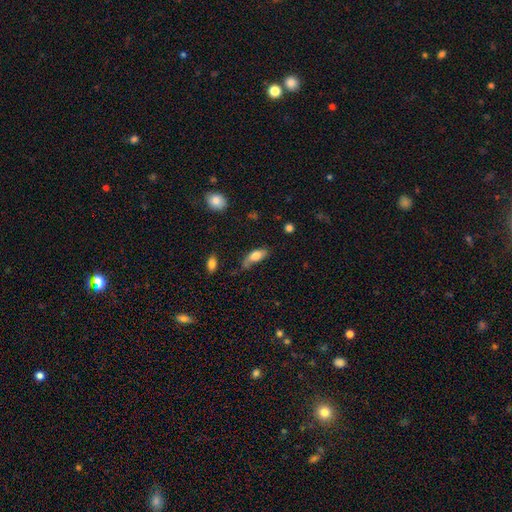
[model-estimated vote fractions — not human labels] This is likely a smooth galaxy (75%). How rounded: likely in between (79%). Merging: marginally none (43%).